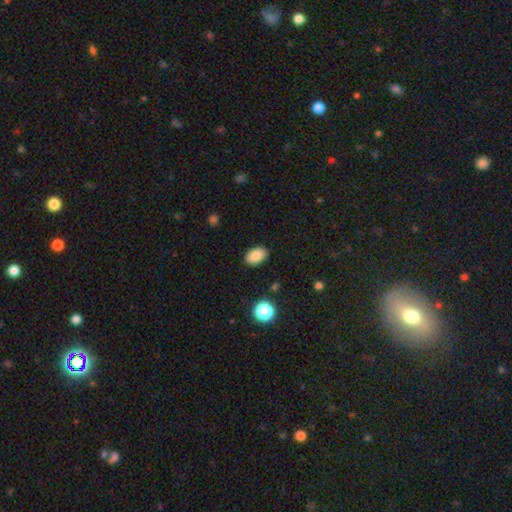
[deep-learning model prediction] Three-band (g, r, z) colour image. It shows a smooth galaxy with no disk features (86%) that is in between round and cigar-shaped (88%). Merging: none (88%).